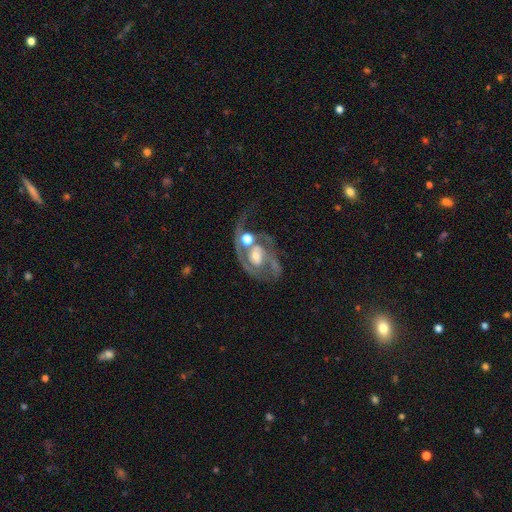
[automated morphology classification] A featured or disk galaxy (80%) with no bar (60%), 2 (59%) medium (45%) spiral arms (84%) and a moderate central bulge (54%). Merging: merger (39%).